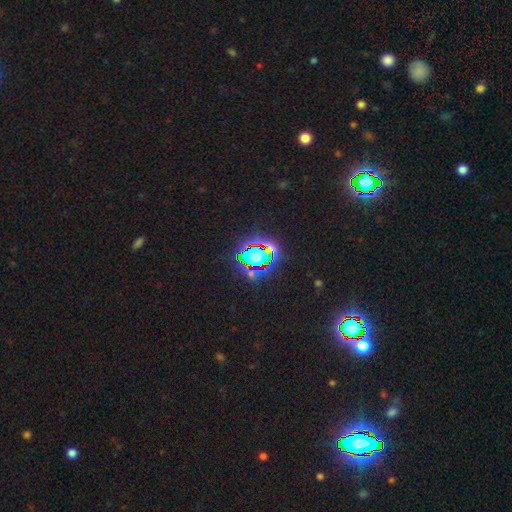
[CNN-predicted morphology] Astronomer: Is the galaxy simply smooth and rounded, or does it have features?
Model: star or artifact — 65%.